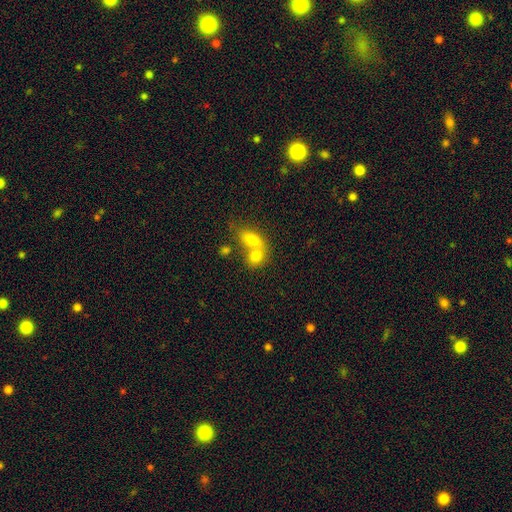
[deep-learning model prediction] This is likely a smooth galaxy (77%). How rounded: possibly in between (59%). Merging: likely merger (64%).